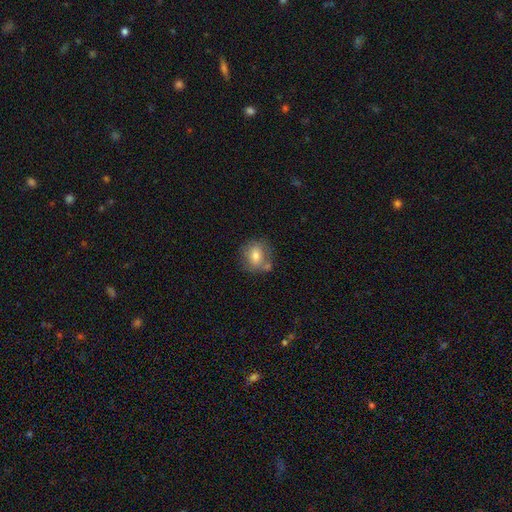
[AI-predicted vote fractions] smooth 73%, featured or disk 18%, star or artifact 9%. Down the decision tree: how rounded — round (65%); merging — none (61%).